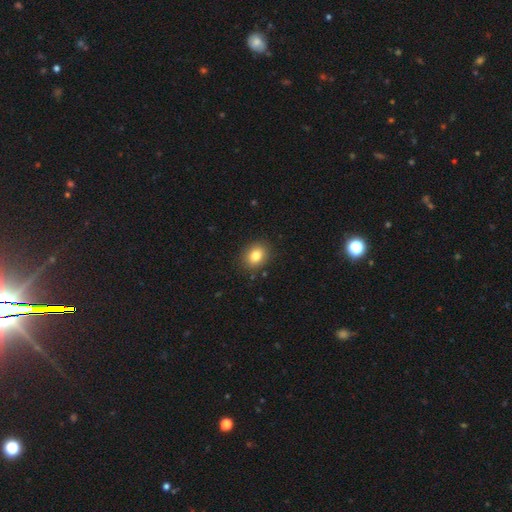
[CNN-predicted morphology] A smooth galaxy with no disk features (81%) that is round (52%).

Vote fractions:
- Smooth or featured? smooth: 81% / star or artifact: 11% / featured or disk: 8%
- How rounded? round: 52% / in between: 47% / cigar-shaped: 1%
- Merging? none: 89% / minor disturbance: 8% / major disturbance: 2% / merger: 1%